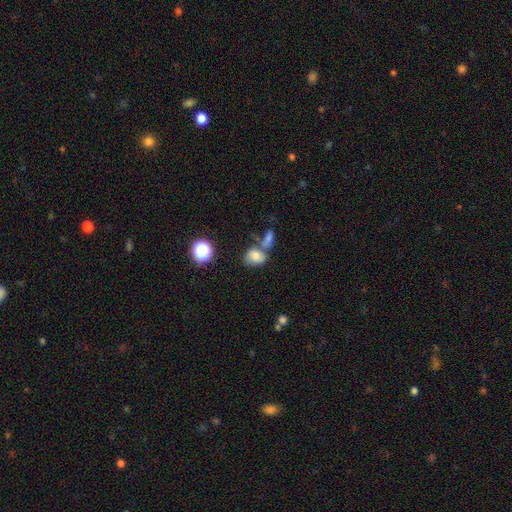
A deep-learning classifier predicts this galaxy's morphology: type=smooth (72%); roundness=in between (58%); merging=none (40%).